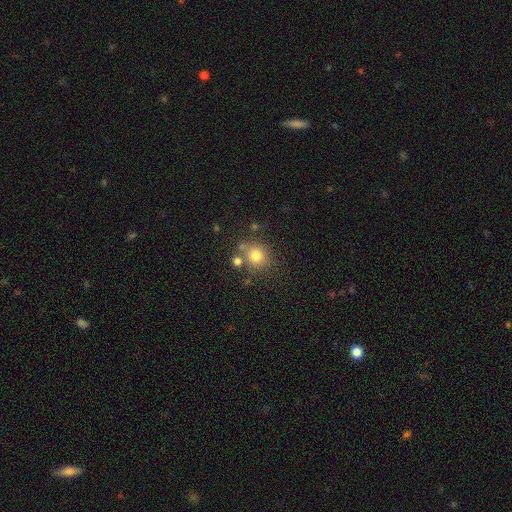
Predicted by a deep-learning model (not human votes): This appears to be a smooth galaxy with no disk features (77%) that is round (86%). Merging: none (68%).